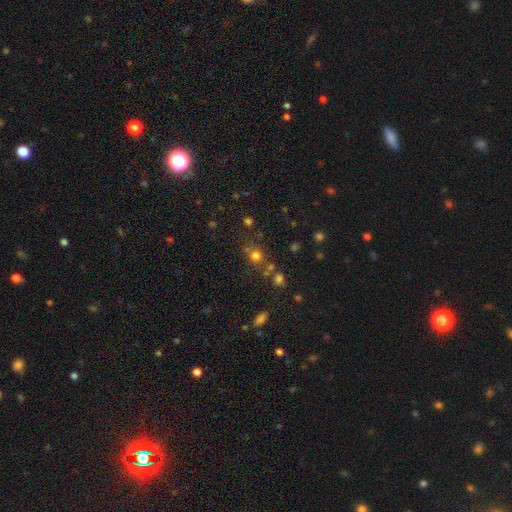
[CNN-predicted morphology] smooth-or-featured: smooth: 71% | star or artifact: 20% | featured or disk: 9%
  how-rounded: round: 81% | in between: 17% | cigar-shaped: 1%
  merging: none: 65% | merger: 16% | minor disturbance: 13% | major disturbance: 6%